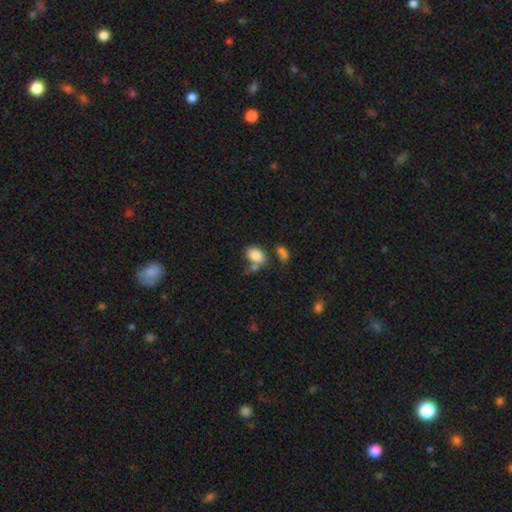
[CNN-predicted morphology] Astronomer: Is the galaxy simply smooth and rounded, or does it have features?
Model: smooth — 83%.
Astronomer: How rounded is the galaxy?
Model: in between — 81%.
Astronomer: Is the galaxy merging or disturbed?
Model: none — 43% (runner-up: merger, 29%).